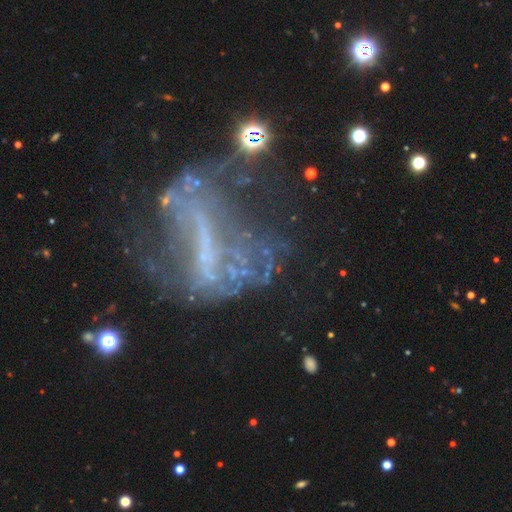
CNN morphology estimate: This appears to be a featured or disk galaxy (67%) with a strong bar (39%), no spiral arms (59%) and no central bulge (63%). Merging: major disturbance (40%).